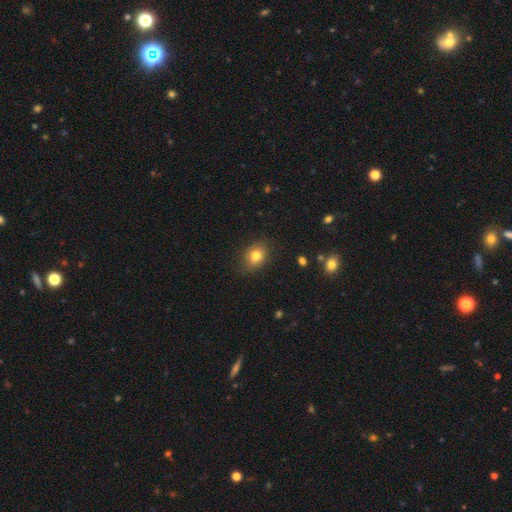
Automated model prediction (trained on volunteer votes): smooth 79%, star or artifact 12%, featured or disk 10%. Down the decision tree: how rounded — in between (52%); merging — none (83%).